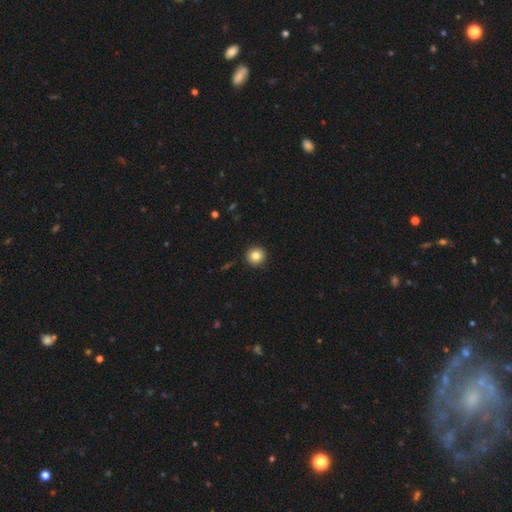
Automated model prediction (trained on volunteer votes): smooth-or-featured: smooth: 82% | star or artifact: 10% | featured or disk: 7%
  how-rounded: round: 95% | in between: 4% | cigar-shaped: 1%
  merging: none: 93% | minor disturbance: 5% | major disturbance: 1% | merger: 1%